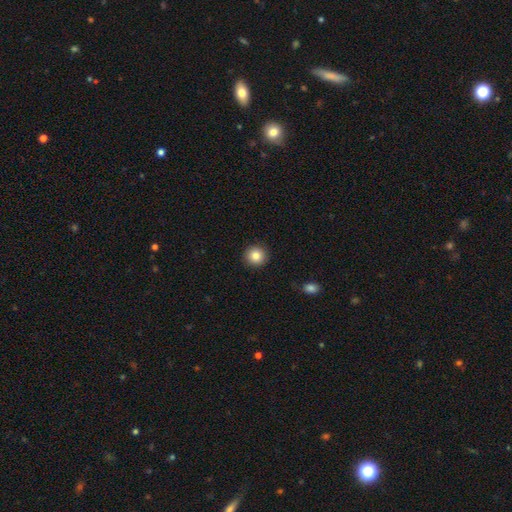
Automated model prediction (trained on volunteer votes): Q: Smooth or featured?
A: smooth (85%); runner-up: star or artifact (9%)
Q: How rounded?
A: round (94%); runner-up: in between (5%)
Q: Merging?
A: none (92%); runner-up: minor disturbance (6%)